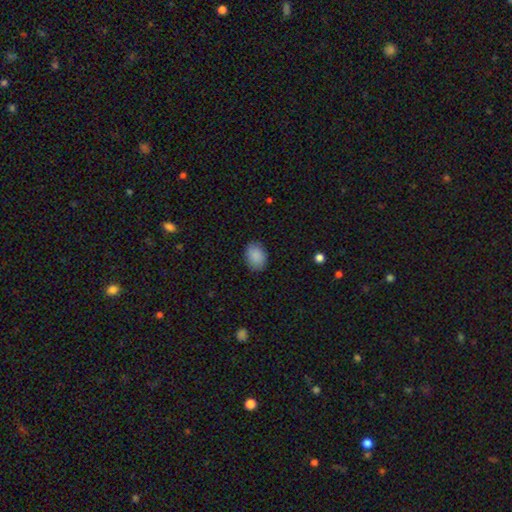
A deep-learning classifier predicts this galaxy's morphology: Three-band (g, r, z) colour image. It shows a smooth galaxy with no disk features (89%) that is in between round and cigar-shaped (70%). Merging: none (87%).